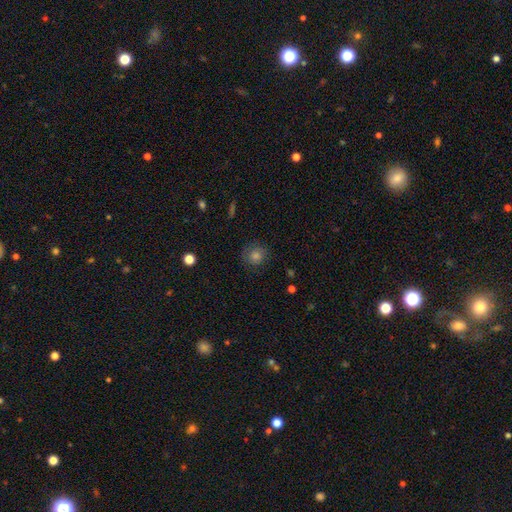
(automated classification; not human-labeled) smooth_or_featured: smooth (p=0.70) [alt: star or artifact p=0.18]
how_rounded: round (p=0.89) [alt: in between p=0.10]
merging: none (p=0.83) [alt: minor disturbance p=0.12]